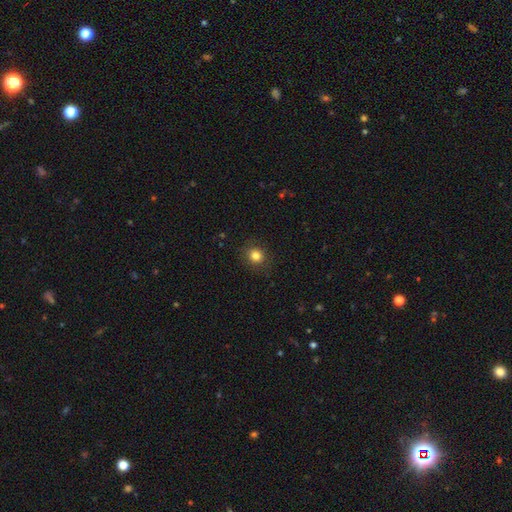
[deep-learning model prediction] Overall: smooth (83%). How rounded: round (85%). Merging: none (89%).